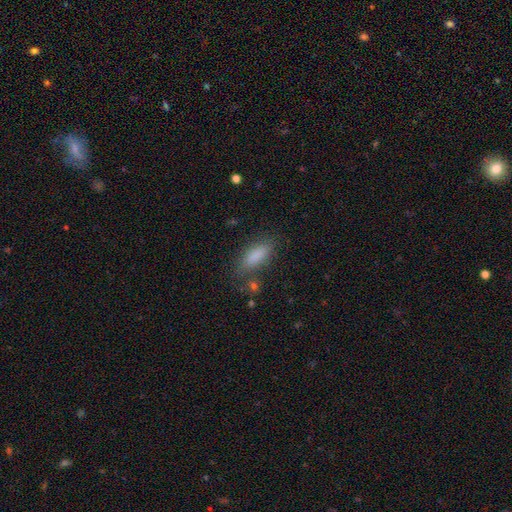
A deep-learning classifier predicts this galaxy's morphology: smooth_or_featured: smooth (p=0.84) [alt: star or artifact p=0.08]
how_rounded: in between (p=0.66) [alt: cigar-shaped p=0.32]
merging: none (p=0.76) [alt: minor disturbance p=0.16]